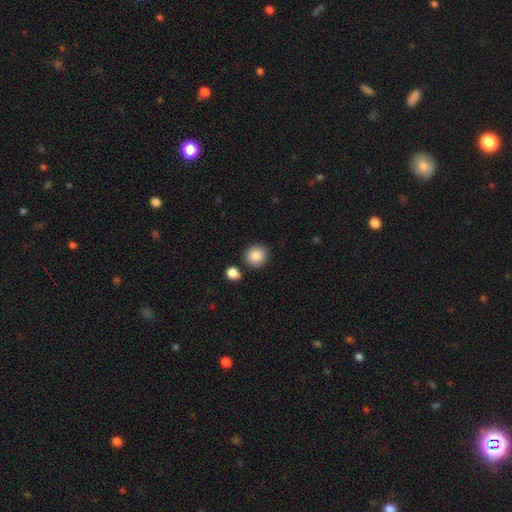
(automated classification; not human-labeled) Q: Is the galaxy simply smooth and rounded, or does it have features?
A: smooth — 88%.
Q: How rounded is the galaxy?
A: round — 90%.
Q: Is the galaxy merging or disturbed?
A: none — 84%.